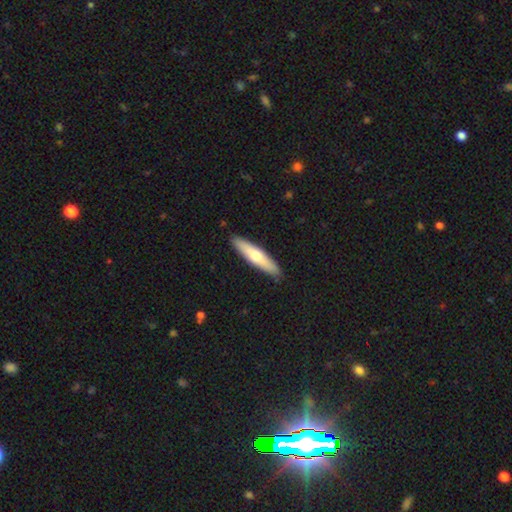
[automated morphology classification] Smooth or featured?
  - smooth: 60% *
  - featured or disk: 36%
  - star or artifact: 5%
How rounded?
  - cigar-shaped: 81% *
  - in between: 18%
  - round: 1%
Merging?
  - none: 90% *
  - minor disturbance: 8%
  - major disturbance: 1%
  - merger: 1%